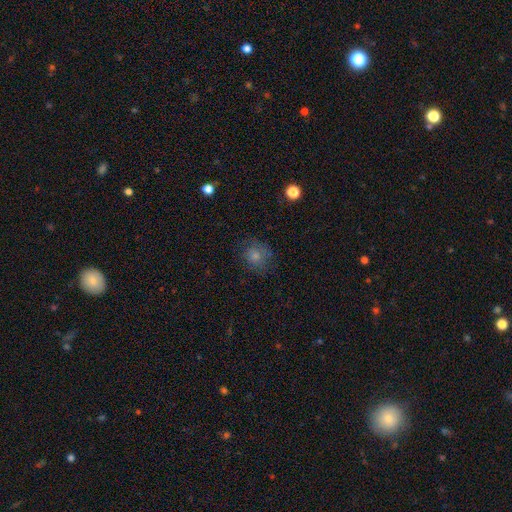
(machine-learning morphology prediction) Smooth or featured? Predicted: smooth (p=0.77). How rounded? Predicted: round (p=0.84). Merging? Predicted: none (p=0.72).